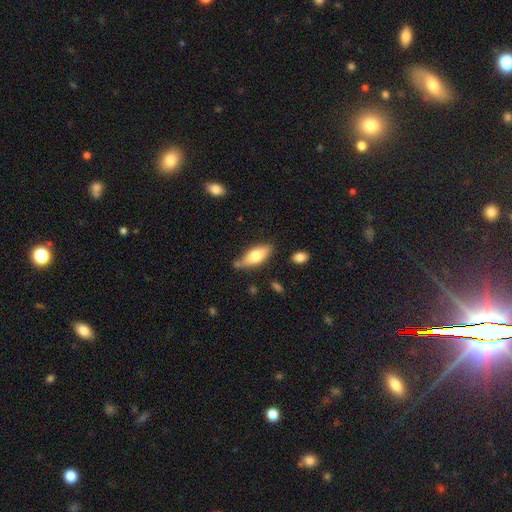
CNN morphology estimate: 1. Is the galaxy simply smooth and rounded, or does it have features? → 69% smooth, 25% featured or disk, 6% star or artifact.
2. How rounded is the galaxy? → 75% in between, 23% cigar-shaped, 2% round.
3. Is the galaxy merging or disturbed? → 65% none, 23% minor disturbance, 7% merger, 5% major disturbance.